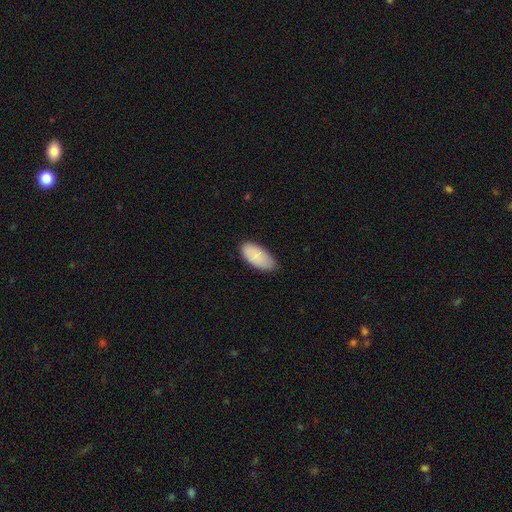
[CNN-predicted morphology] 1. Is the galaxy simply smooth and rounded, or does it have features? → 87% smooth, 7% featured or disk, 6% star or artifact.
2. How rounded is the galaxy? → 94% in between, 4% cigar-shaped, 2% round.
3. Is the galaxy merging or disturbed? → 76% none, 20% minor disturbance, 3% major disturbance, 1% merger.